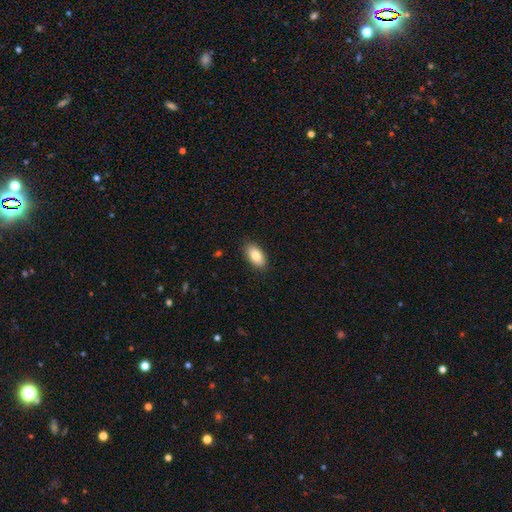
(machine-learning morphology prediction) Smooth or featured? Predicted: smooth (p=0.83). How rounded? Predicted: in between (p=0.93). Merging? Predicted: none (p=0.88).